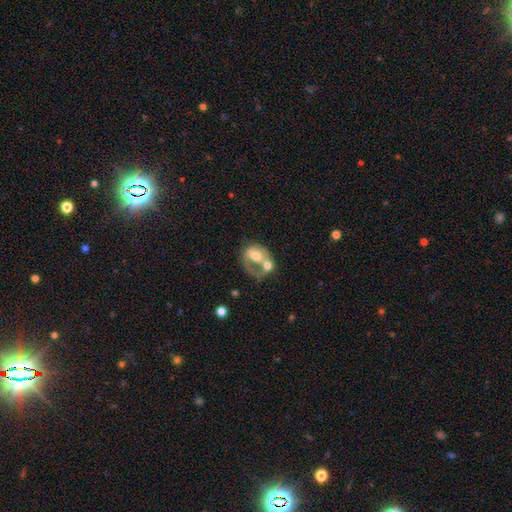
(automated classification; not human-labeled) This is possibly a featured or disk galaxy (52%). It is clearly not viewed edge-on (96%). Bar: likely no (61%). Spiral arm pattern: possibly no (59%). Central bulge: likely moderate (60%). Merging: possibly merger (48%).